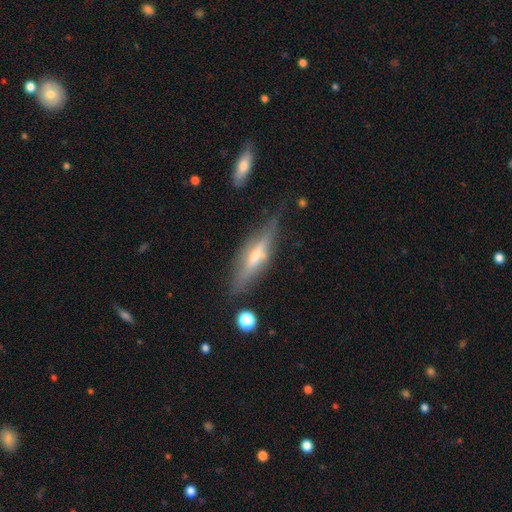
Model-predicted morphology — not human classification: Smooth or featured: featured or disk — 62% (smooth — 30%)
Edge-on disk: yes — 92% (no — 8%)
Edge-on bulge: rounded — 67% (boxy — 18%)
Merging: none — 74% (minor disturbance — 18%)